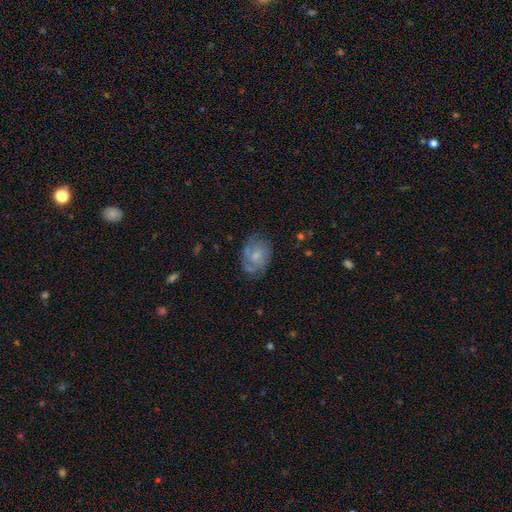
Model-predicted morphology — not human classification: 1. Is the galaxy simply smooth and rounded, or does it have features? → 51% featured or disk, 41% smooth, 8% star or artifact.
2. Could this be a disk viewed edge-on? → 97% no, 3% yes.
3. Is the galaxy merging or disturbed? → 66% none, 23% minor disturbance, 9% major disturbance, 2% merger.